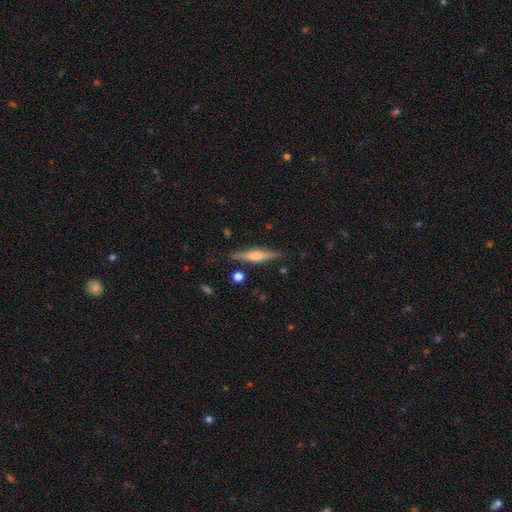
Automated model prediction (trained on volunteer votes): Smooth or featured? Predicted: featured or disk (p=0.65). Edge-on disk? Predicted: yes (p=0.97). Edge-on bulge? Predicted: rounded (p=0.85). Merging? Predicted: none (p=0.86).